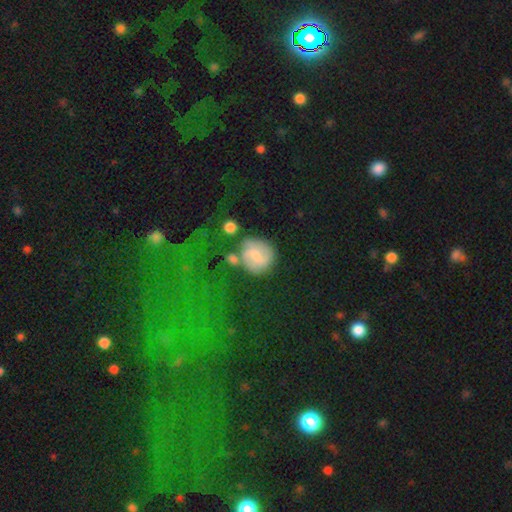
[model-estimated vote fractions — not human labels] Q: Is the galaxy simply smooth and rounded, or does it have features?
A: featured or disk — 46%.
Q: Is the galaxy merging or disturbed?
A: none — 57%.